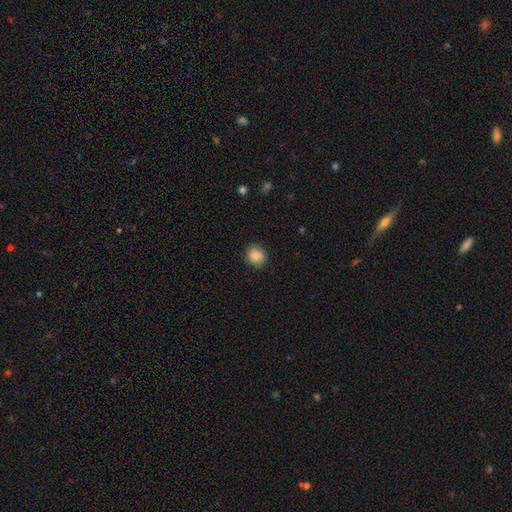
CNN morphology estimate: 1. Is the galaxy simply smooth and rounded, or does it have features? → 86% smooth, 8% star or artifact, 6% featured or disk.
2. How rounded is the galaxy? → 77% round, 22% in between, 1% cigar-shaped.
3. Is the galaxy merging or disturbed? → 88% none, 9% minor disturbance, 2% major disturbance, 1% merger.